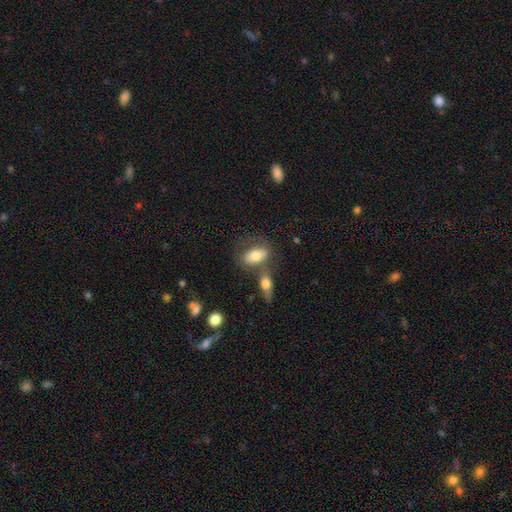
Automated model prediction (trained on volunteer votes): smooth 73%, featured or disk 20%, star or artifact 7%. Down the decision tree: how rounded — in between (89%); merging — none (47%).